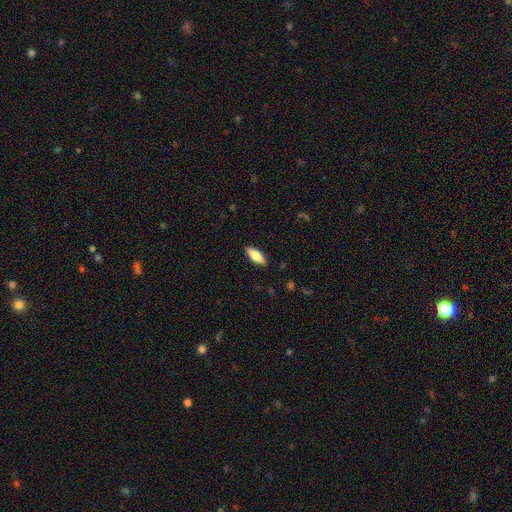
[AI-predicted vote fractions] Smooth or featured: smooth — 79% (featured or disk — 15%)
How rounded: in between — 67% (cigar-shaped — 31%)
Merging: none — 89% (minor disturbance — 8%)